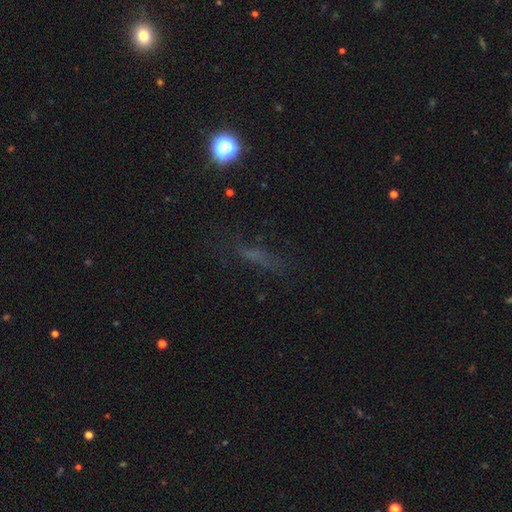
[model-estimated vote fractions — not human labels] Overall: smooth (43%; star or artifact 31%). Merging: none (68%).